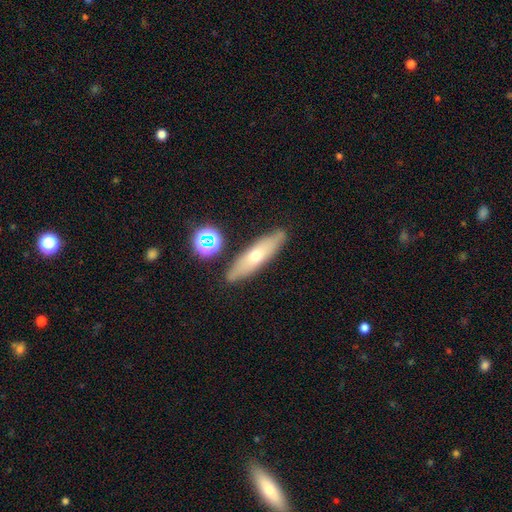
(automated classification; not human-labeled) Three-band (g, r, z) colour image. It shows a smooth galaxy with no disk features (51%) that is cigar-shaped (68%). Merging: none (85%).